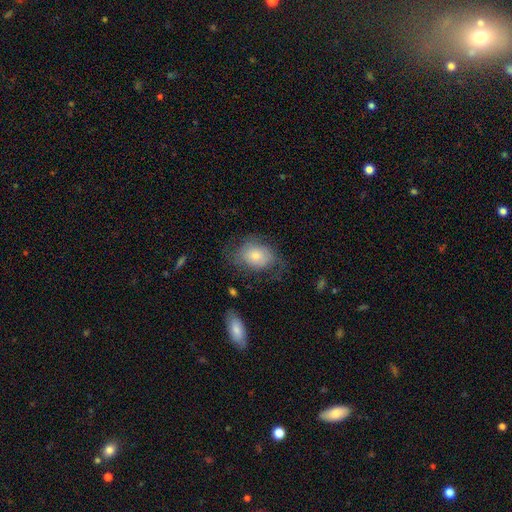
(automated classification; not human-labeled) Smooth or featured?
  - smooth: 68% *
  - featured or disk: 25%
  - star or artifact: 8%
How rounded?
  - in between: 65% *
  - round: 34%
  - cigar-shaped: 1%
Merging?
  - none: 52% *
  - minor disturbance: 26%
  - major disturbance: 20%
  - merger: 2%